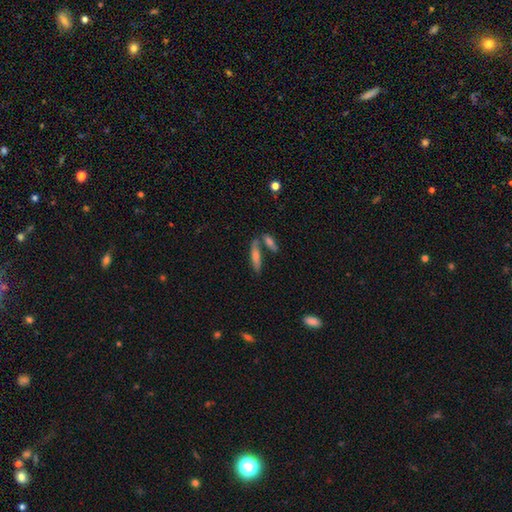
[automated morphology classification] smooth 53%, featured or disk 37%, star or artifact 10%. Down the decision tree: how rounded — cigar-shaped (78%); merging — none (59%).